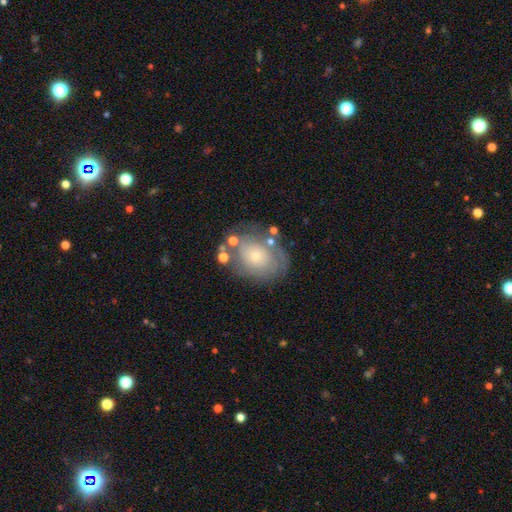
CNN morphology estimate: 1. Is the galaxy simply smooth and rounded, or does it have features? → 53% featured or disk, 38% smooth, 9% star or artifact.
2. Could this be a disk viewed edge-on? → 95% no, 5% yes.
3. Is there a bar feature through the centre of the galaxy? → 88% no, 10% weak, 2% strong.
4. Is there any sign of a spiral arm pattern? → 56% yes, 44% no.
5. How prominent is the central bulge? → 73% small, 20% moderate, 3% large, 2% none, 1% dominant.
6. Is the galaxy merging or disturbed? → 63% none, 20% minor disturbance, 11% major disturbance, 6% merger.